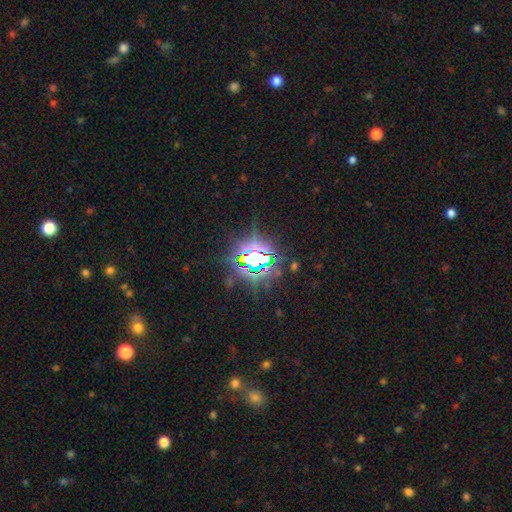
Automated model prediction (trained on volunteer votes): The model was most divided on "smooth or featured": star or artifact: 79%, smooth: 10%, featured or disk: 10%.